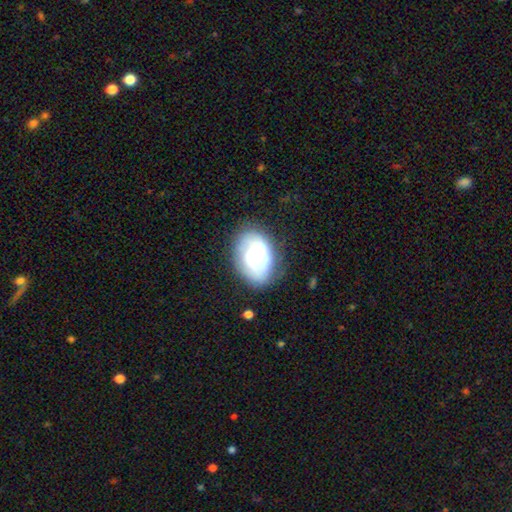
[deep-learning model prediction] Morphology: type=featured or disk (47%); merging=none (70%).